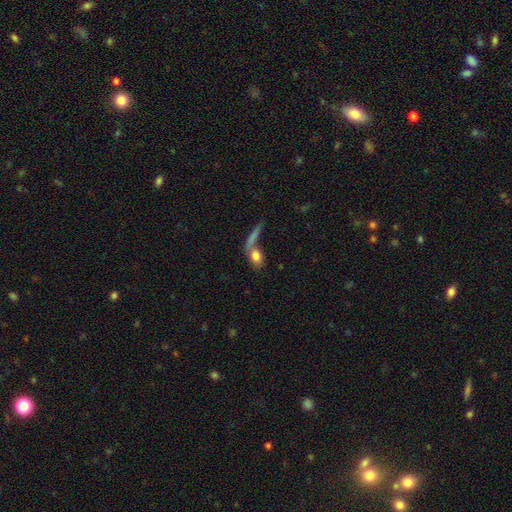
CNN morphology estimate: Smooth or featured: smooth — 76% (featured or disk — 16%)
How rounded: in between — 68% (round — 21%)
Merging: none — 39% (tied with merger — 39%)